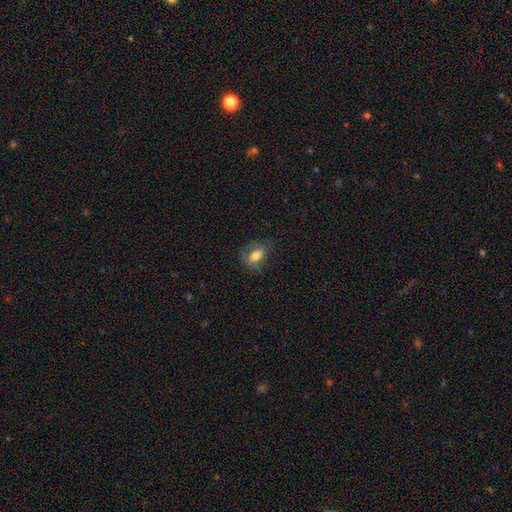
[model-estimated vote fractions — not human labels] Smooth or featured?
  - smooth: 66% *
  - featured or disk: 25%
  - star or artifact: 9%
How rounded?
  - in between: 78% *
  - round: 19%
  - cigar-shaped: 3%
Merging?
  - none: 60% *
  - minor disturbance: 23%
  - major disturbance: 15%
  - merger: 1%